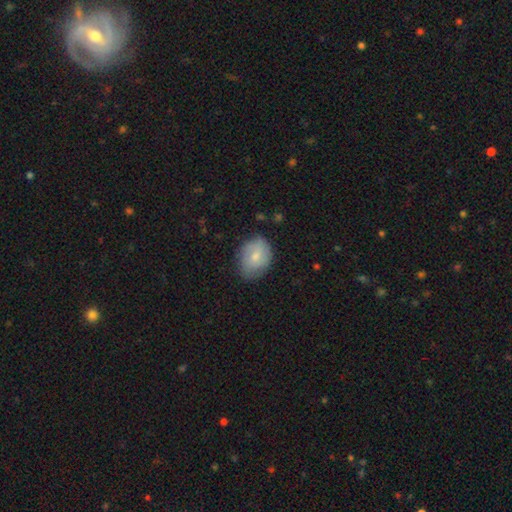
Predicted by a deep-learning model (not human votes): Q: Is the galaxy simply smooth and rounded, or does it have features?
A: smooth — 71%.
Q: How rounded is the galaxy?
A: in between — 66%.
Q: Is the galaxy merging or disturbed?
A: none — 68%.